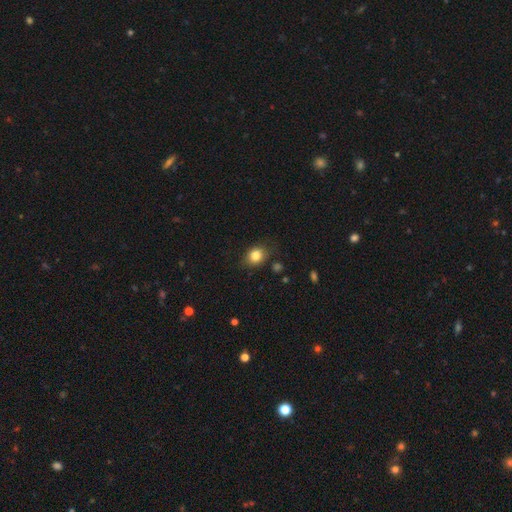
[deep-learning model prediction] smooth-or-featured: smooth: 83% | star or artifact: 10% | featured or disk: 7%
  how-rounded: round: 55% | in between: 44% | cigar-shaped: 1%
  merging: none: 77% | minor disturbance: 17% | major disturbance: 5% | merger: 2%